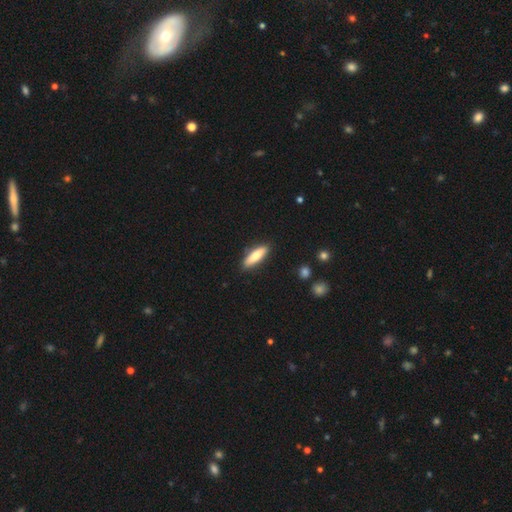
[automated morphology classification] Smooth or featured?
  - smooth: 75% *
  - featured or disk: 20%
  - star or artifact: 5%
How rounded?
  - cigar-shaped: 62% *
  - in between: 37%
  - round: 2%
Merging?
  - none: 88% *
  - minor disturbance: 9%
  - major disturbance: 2%
  - merger: 1%